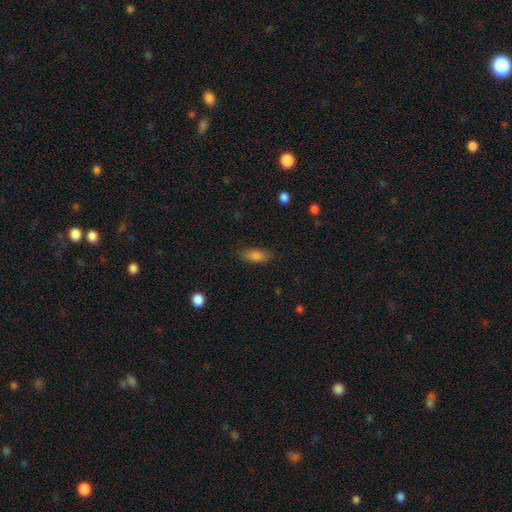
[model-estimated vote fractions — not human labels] This is clearly a smooth galaxy (82%). How rounded: likely in between (78%). Merging: clearly none (81%).